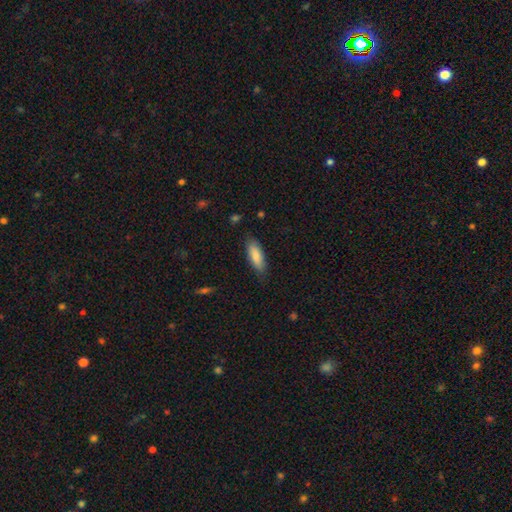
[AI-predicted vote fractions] A smooth galaxy with no disk features (85%) that is in between round and cigar-shaped (63%). Merging: none (81%).